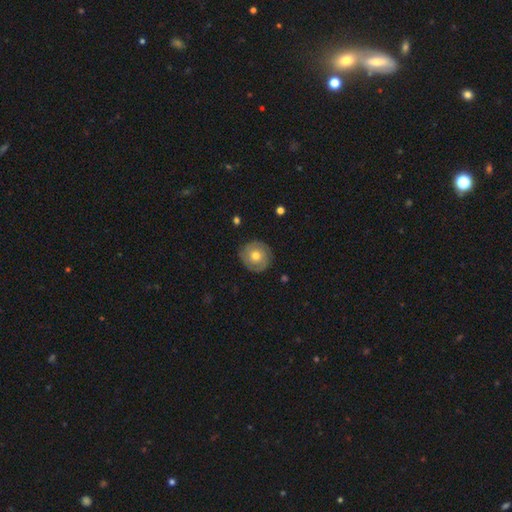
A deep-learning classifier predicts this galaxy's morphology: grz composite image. It shows a featured or disk galaxy (53%) with no bar (85%), spiral arms (70%) and a moderate central bulge (76%). Merging: none (84%).